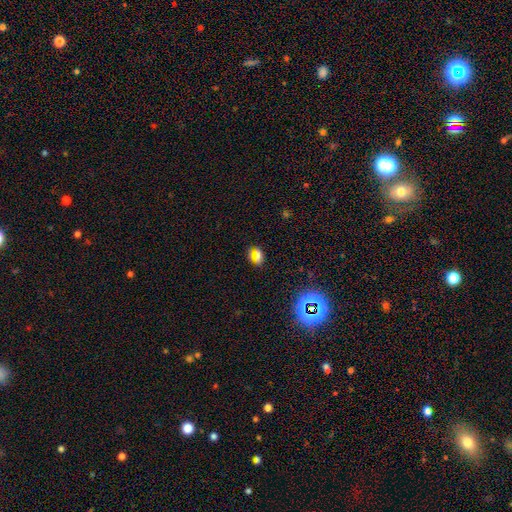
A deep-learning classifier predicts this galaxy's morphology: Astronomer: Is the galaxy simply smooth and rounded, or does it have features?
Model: smooth — 51% (runner-up: star or artifact, 35%).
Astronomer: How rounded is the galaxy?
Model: in between — 60%.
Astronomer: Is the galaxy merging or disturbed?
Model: none — 76%.